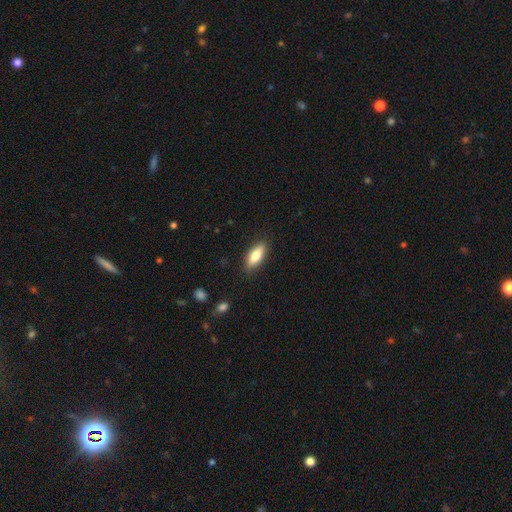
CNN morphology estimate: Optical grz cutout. It shows a smooth galaxy with no disk features (77%) that is in between round and cigar-shaped (70%). Merging: none (87%).